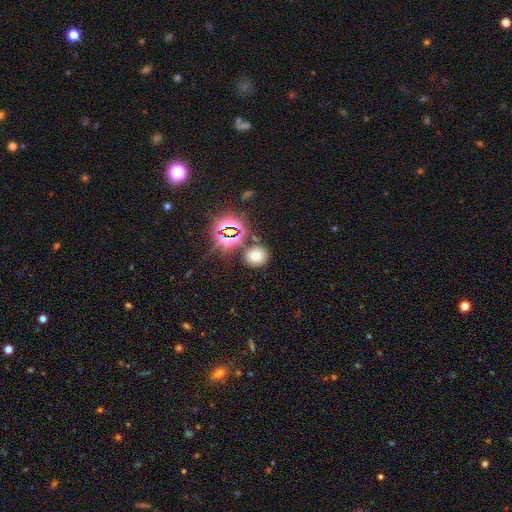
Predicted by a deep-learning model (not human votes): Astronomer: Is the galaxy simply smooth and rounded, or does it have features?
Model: smooth — 68%.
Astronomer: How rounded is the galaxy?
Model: round — 74%.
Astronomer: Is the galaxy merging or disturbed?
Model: none — 78%.